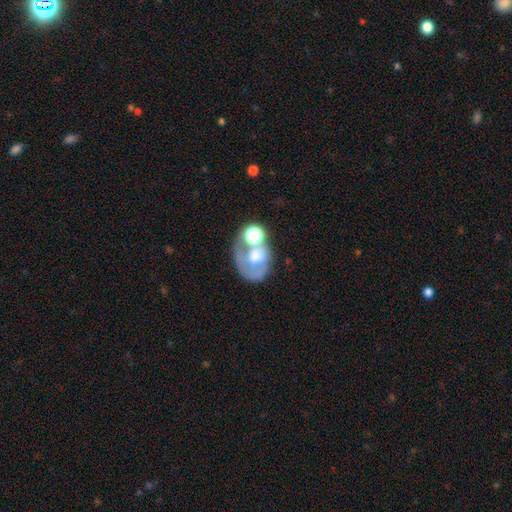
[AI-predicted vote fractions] Overall: smooth (46%; featured or disk 41%). Merging: merger (35%; none 32%).